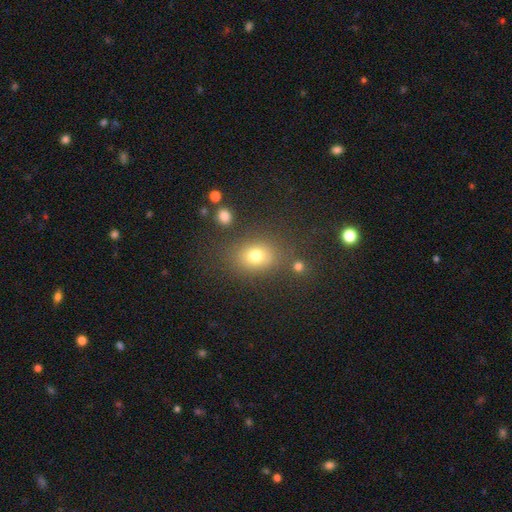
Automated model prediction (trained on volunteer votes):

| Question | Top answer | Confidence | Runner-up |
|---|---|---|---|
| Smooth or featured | smooth | 75% | star or artifact (15%) |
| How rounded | round | 49% | tied: in between (49%) |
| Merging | none | 75% | minor disturbance (13%) |